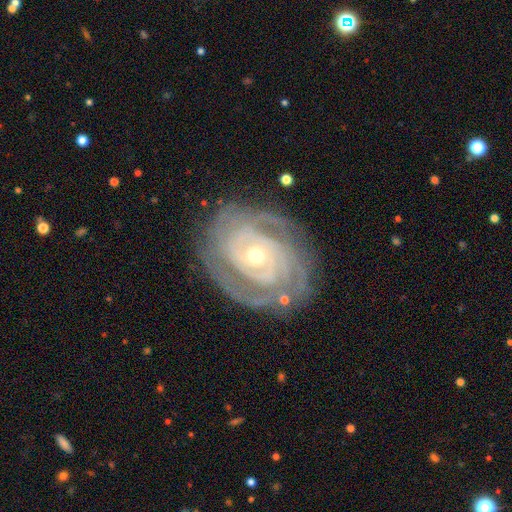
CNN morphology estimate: This is clearly a featured or disk galaxy (89%). It is clearly not viewed edge-on (97%). Bar: likely no (70%). Spiral arm pattern: clearly yes (97%). Spiral arm count: marginally 3 (25%). Spiral winding: likely tight (79%). Central bulge: likely small (61%). Merging: likely none (77%).